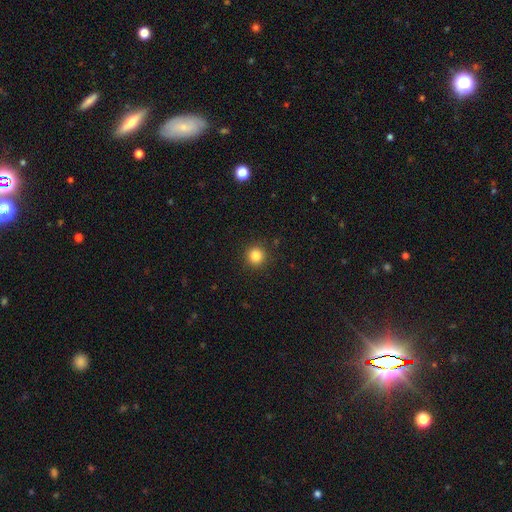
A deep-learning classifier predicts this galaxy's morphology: The model was most divided on "smooth or featured": smooth: 84%, star or artifact: 12%, featured or disk: 4%. More confident: how rounded — round (94%); merging — none (92%).